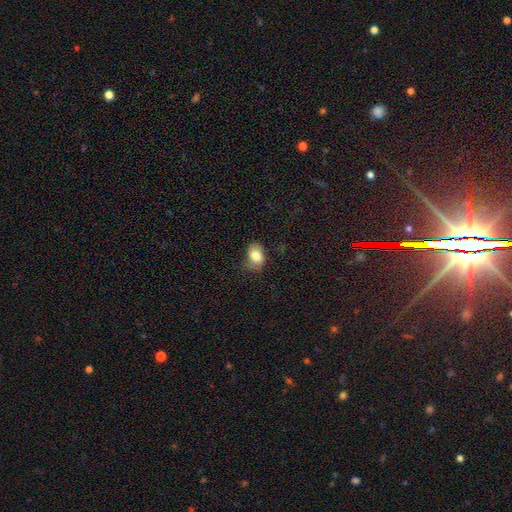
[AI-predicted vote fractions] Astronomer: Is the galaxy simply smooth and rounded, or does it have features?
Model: smooth — 81%.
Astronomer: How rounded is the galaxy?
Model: in between — 75%.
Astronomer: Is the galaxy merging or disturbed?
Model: none — 58%.